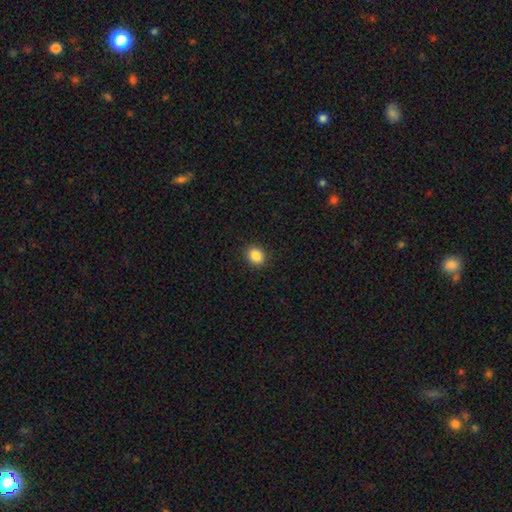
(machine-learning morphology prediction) Overall: smooth (86%). How rounded: round (61%; in between 38%). Merging: none (90%).